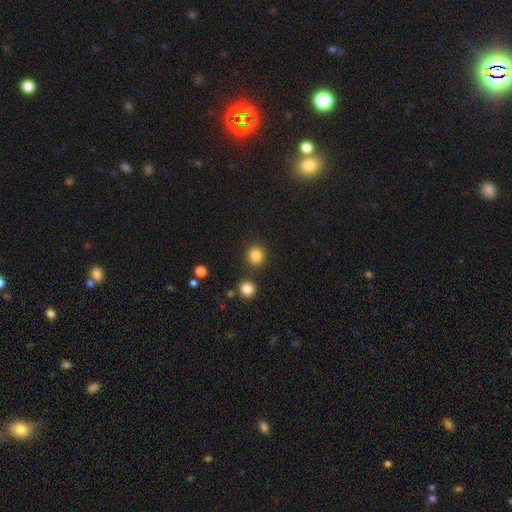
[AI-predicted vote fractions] Smooth or featured?
  - smooth: 84% *
  - star or artifact: 11%
  - featured or disk: 4%
How rounded?
  - round: 92% *
  - in between: 7%
  - cigar-shaped: 1%
Merging?
  - none: 87% *
  - minor disturbance: 6%
  - merger: 4%
  - major disturbance: 2%